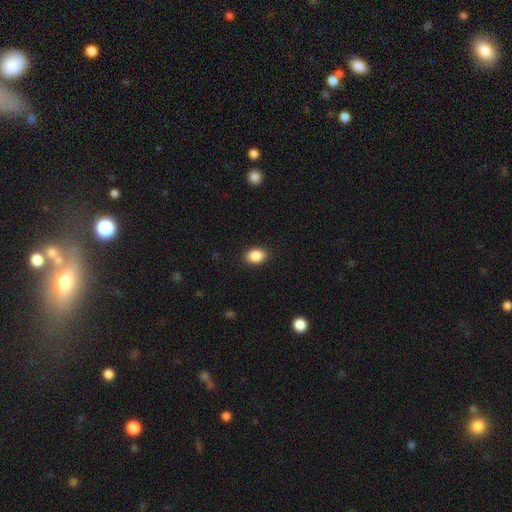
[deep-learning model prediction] smooth-or-featured: smooth: 88% | star or artifact: 8% | featured or disk: 4%
  how-rounded: in between: 81% | round: 17% | cigar-shaped: 1%
  merging: none: 89% | minor disturbance: 8% | major disturbance: 2% | merger: 1%